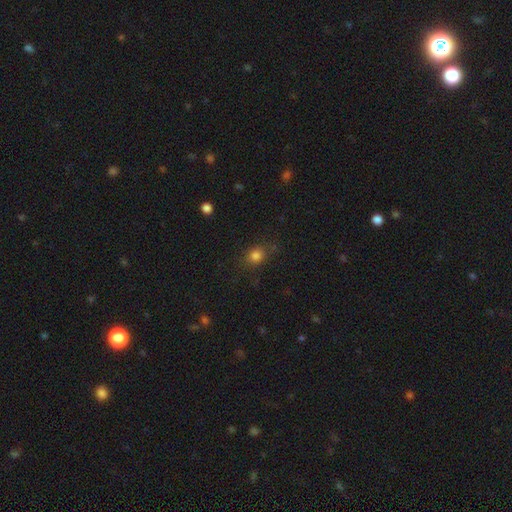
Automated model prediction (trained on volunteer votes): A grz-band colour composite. It shows a smooth galaxy with no disk features (81%) that is round (61%). Merging: none (78%).